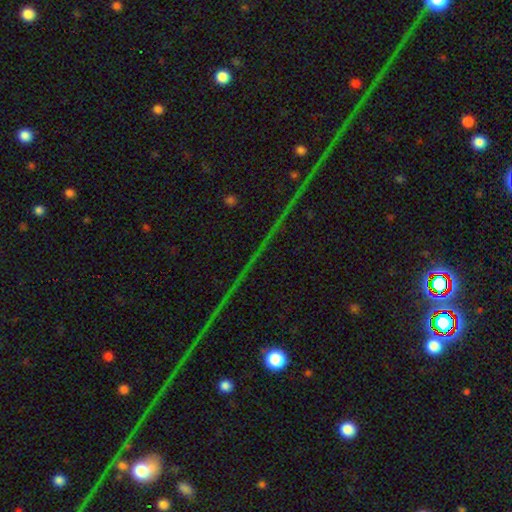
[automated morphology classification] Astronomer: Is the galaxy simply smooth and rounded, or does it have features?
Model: star or artifact — 76%.